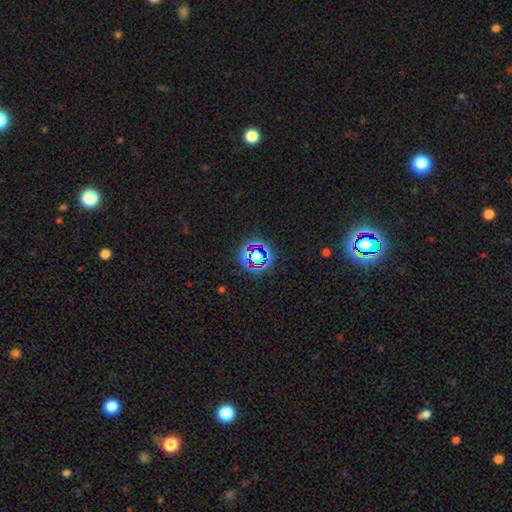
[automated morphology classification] smooth_or_featured: star or artifact (p=0.58) [alt: smooth p=0.30]